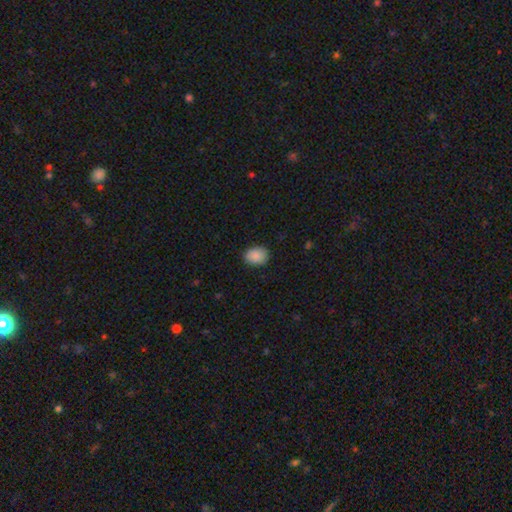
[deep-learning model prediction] Q: Smooth or featured?
A: smooth (89%); runner-up: star or artifact (7%)
Q: How rounded?
A: in between (64%); runner-up: round (35%)
Q: Merging?
A: none (86%); runner-up: minor disturbance (11%)